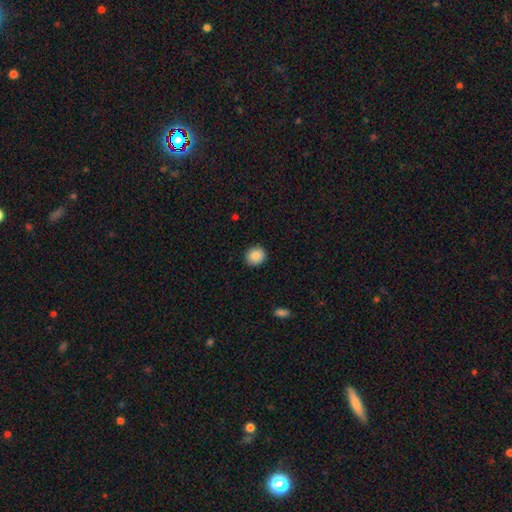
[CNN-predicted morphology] A smooth galaxy with no disk features (87%) that is round (86%).

Vote fractions:
- Smooth or featured? smooth: 87% / star or artifact: 8% / featured or disk: 4%
- How rounded? round: 86% / in between: 13% / cigar-shaped: 1%
- Merging? none: 91% / minor disturbance: 6% / major disturbance: 2% / merger: 1%